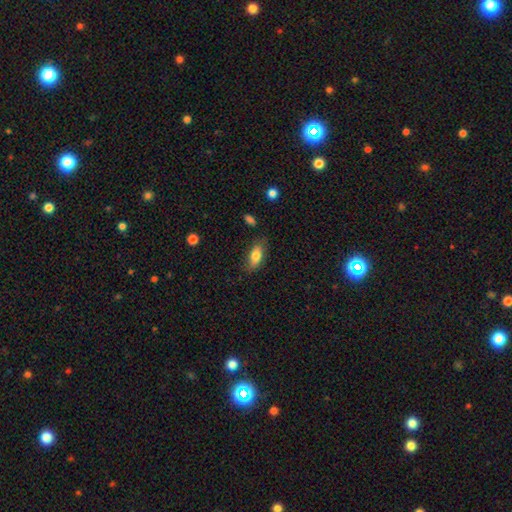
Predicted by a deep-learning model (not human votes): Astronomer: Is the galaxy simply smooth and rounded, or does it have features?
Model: smooth — 78%.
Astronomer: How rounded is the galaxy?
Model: in between — 83%.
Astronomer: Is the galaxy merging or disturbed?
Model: none — 78%.